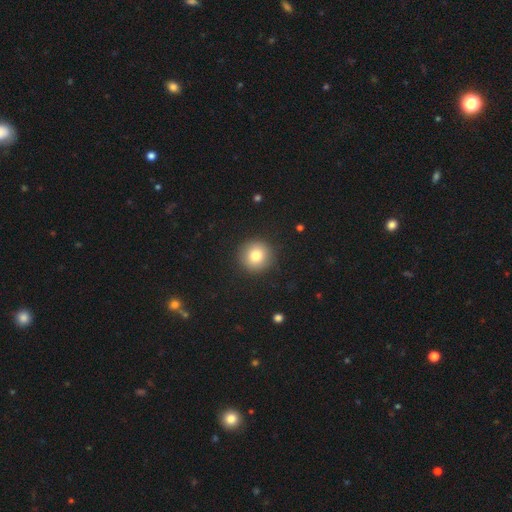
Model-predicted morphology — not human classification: smooth 79%, star or artifact 11%, featured or disk 10%. Down the decision tree: how rounded — round (95%); merging — none (91%).